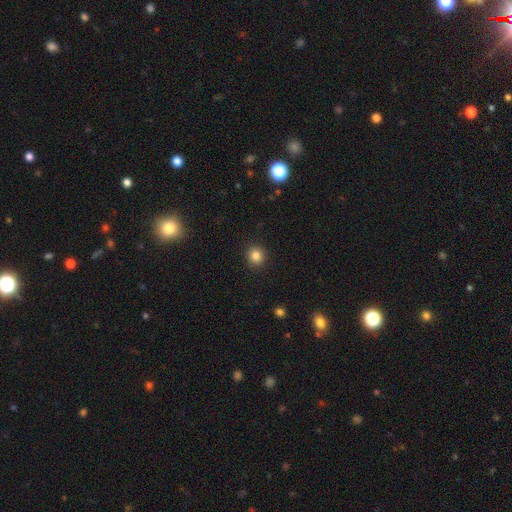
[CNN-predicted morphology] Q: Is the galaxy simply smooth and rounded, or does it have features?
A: smooth — 84%.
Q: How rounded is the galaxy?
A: round — 91%.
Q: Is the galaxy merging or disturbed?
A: none — 91%.